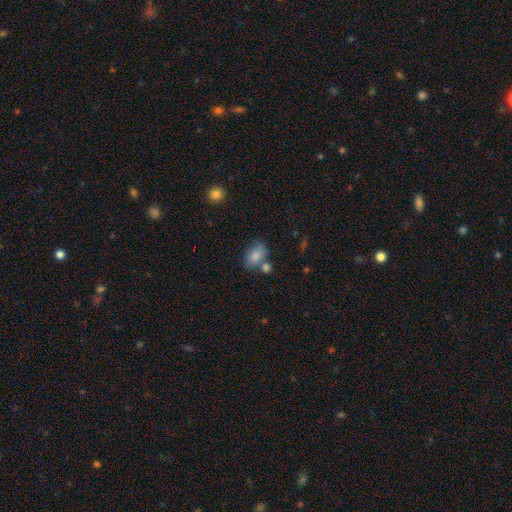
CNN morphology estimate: This is clearly a smooth galaxy (82%). How rounded: clearly in between (87%). Merging: possibly none (59%).